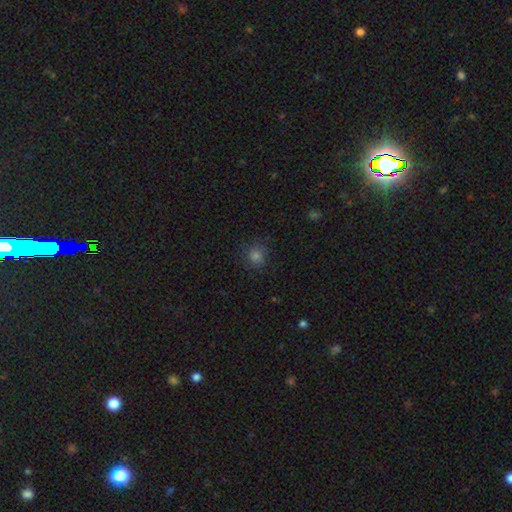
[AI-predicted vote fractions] The model was most divided on "smooth or featured": smooth: 77%, star or artifact: 18%, featured or disk: 5%. More confident: how rounded — round (89%); merging — none (84%).